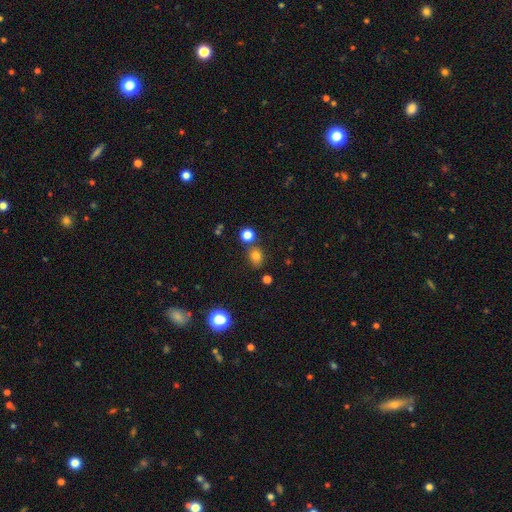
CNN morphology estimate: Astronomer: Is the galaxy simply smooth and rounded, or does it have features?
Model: smooth — 76%.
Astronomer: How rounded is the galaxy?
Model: round — 58% (runner-up: in between, 40%).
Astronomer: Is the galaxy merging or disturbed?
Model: none — 68%.